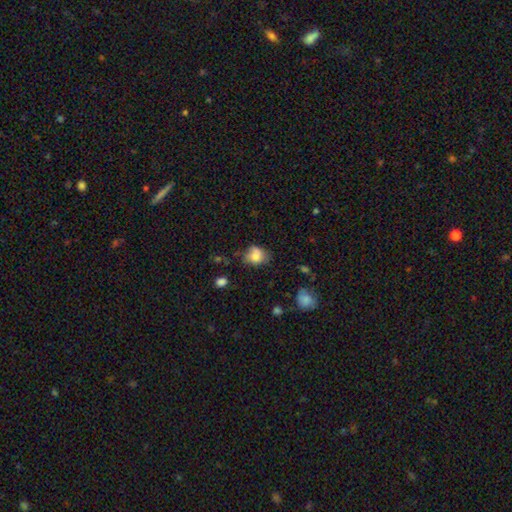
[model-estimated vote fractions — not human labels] smooth 76%, featured or disk 15%, star or artifact 10%. Down the decision tree: how rounded — round (52%); merging — none (50%).